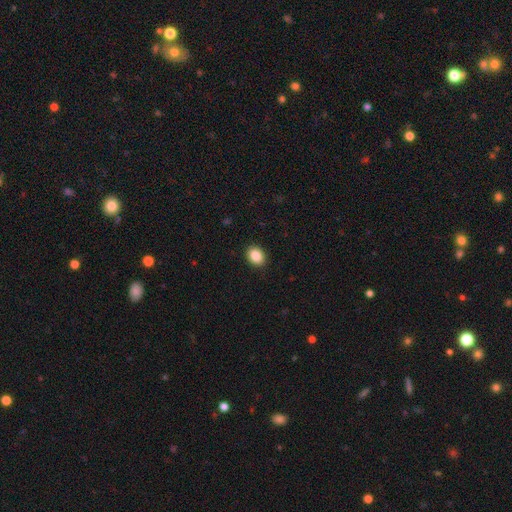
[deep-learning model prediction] A smooth galaxy with no disk features (87%) that is in between round and cigar-shaped (53%).

Vote fractions:
- Smooth or featured? smooth: 87% / star or artifact: 9% / featured or disk: 4%
- How rounded? in between: 53% / round: 46% / cigar-shaped: 1%
- Merging? none: 91% / minor disturbance: 7% / major disturbance: 2% / merger: 1%